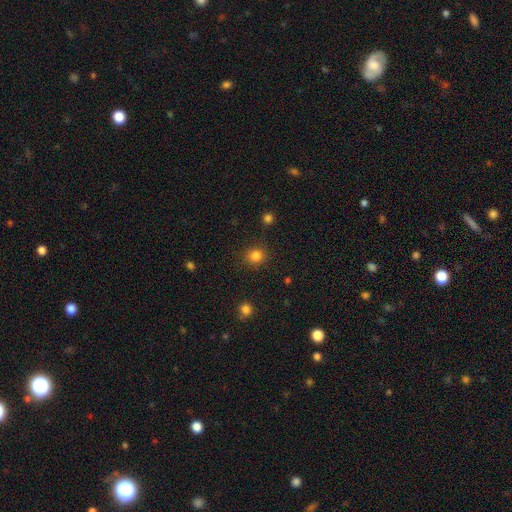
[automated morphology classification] A smooth galaxy with no disk features (83%) that is round (86%).

Vote fractions:
- Smooth or featured? smooth: 83% / star or artifact: 13% / featured or disk: 4%
- How rounded? round: 86% / in between: 13% / cigar-shaped: 1%
- Merging? none: 87% / minor disturbance: 8% / major disturbance: 3% / merger: 2%